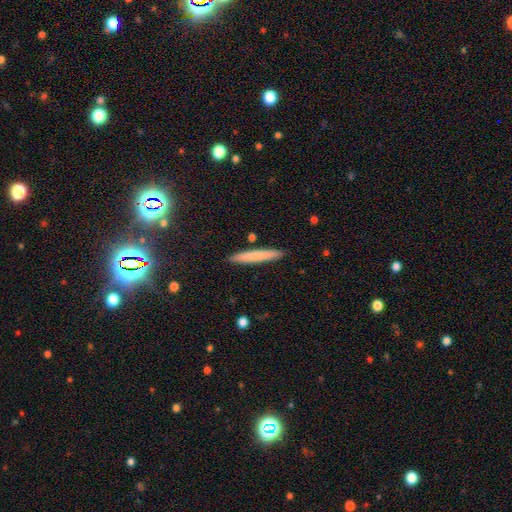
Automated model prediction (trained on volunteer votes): A smooth galaxy with no disk features (72%) that is cigar-shaped (96%). Merging: none (91%).